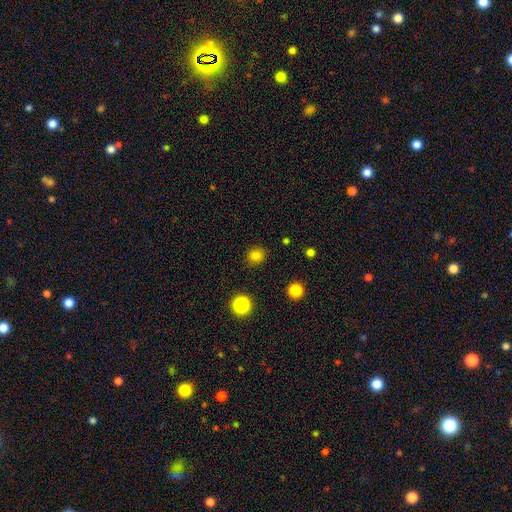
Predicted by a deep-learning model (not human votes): smooth-or-featured: smooth: 80% | star or artifact: 15% | featured or disk: 5%
  how-rounded: round: 87% | in between: 13% | cigar-shaped: 1%
  merging: none: 89% | minor disturbance: 7% | major disturbance: 2% | merger: 1%